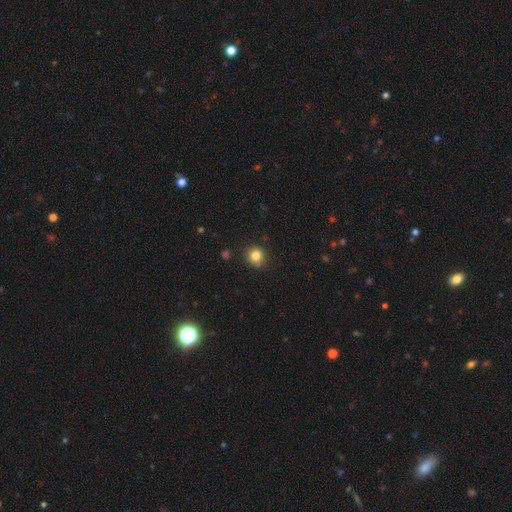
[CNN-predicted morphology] Smooth or featured: smooth — 83% (star or artifact — 11%)
How rounded: round — 88% (in between — 11%)
Merging: none — 80% (minor disturbance — 15%)